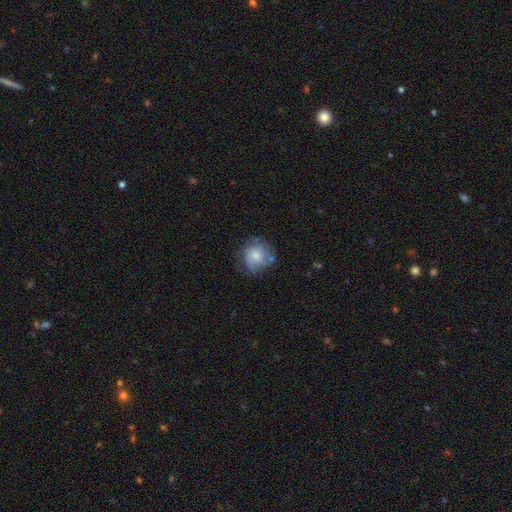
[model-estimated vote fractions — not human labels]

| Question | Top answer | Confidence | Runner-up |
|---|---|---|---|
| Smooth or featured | smooth | 67% | featured or disk (25%) |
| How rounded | round | 85% | in between (14%) |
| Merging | none | 60% | minor disturbance (26%) |